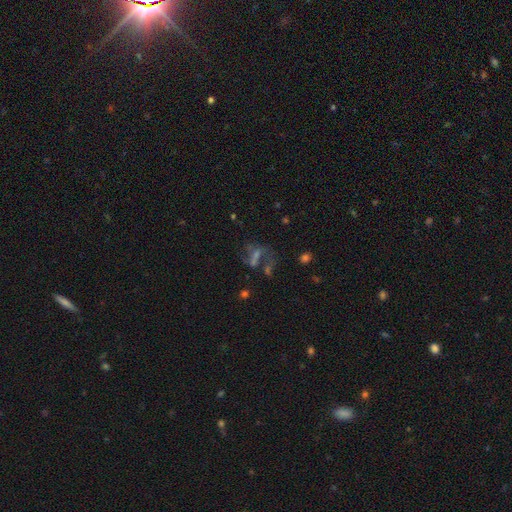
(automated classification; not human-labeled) featured or disk 47%, star or artifact 32%, smooth 21%. Down the decision tree: merging — none (38%).